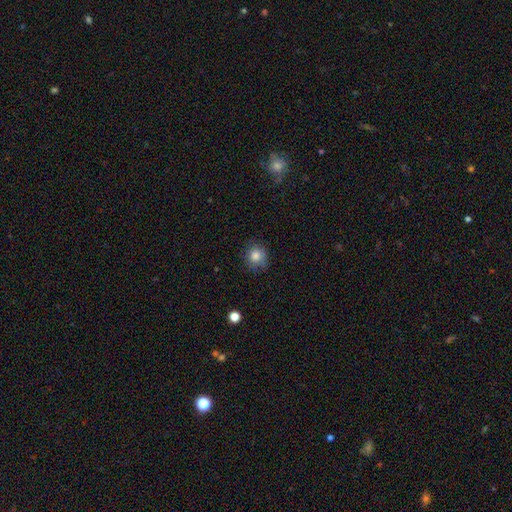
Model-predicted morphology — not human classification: smooth 82%, star or artifact 10%, featured or disk 7%. Down the decision tree: how rounded — round (86%); merging — none (80%).